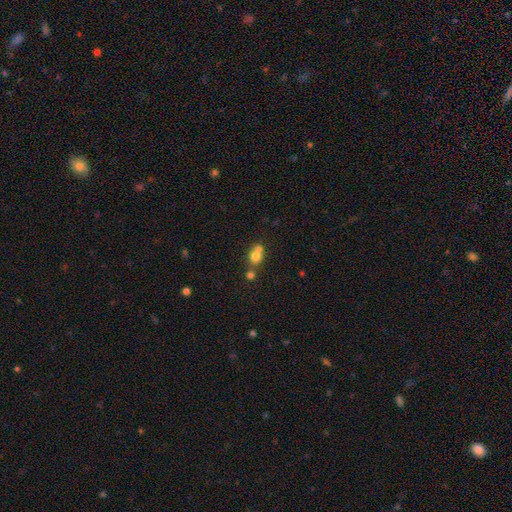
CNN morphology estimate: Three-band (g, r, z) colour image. It shows a smooth galaxy with no disk features (72%) that is round (63%). Merging: merger (54%).